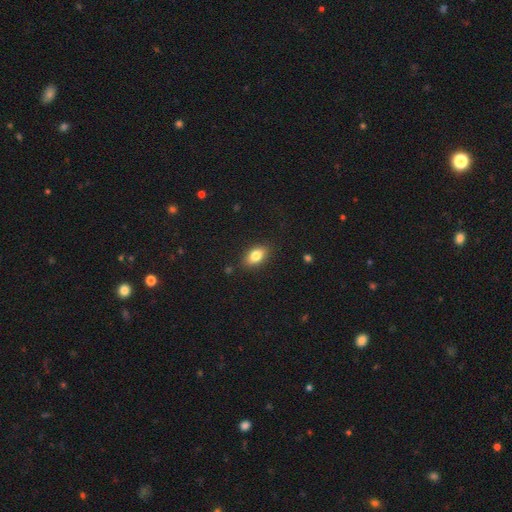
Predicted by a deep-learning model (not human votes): Smooth or featured: smooth — 80% (featured or disk — 12%)
How rounded: in between — 88% (round — 8%)
Merging: none — 86% (minor disturbance — 10%)